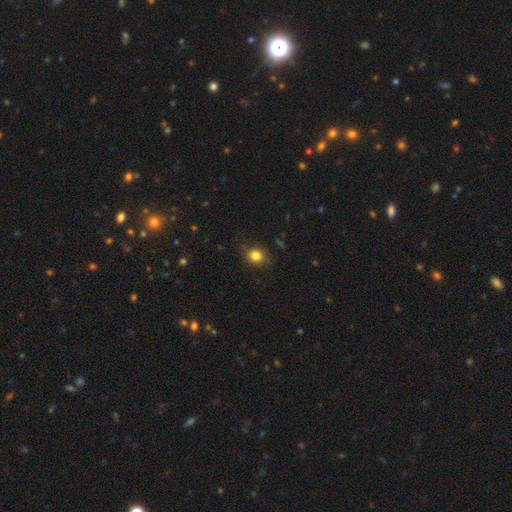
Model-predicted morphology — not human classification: Smooth or featured?
  - smooth: 82% *
  - star or artifact: 11%
  - featured or disk: 7%
How rounded?
  - round: 70% *
  - in between: 29%
  - cigar-shaped: 1%
Merging?
  - none: 79% *
  - minor disturbance: 16%
  - major disturbance: 4%
  - merger: 1%